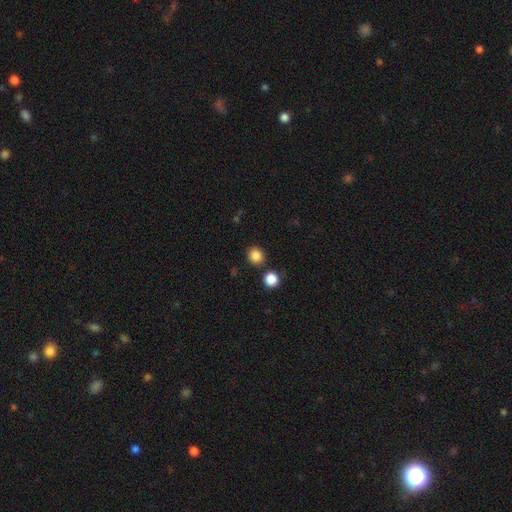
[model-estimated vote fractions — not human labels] smooth_or_featured: smooth (p=0.85) [alt: star or artifact p=0.11]
how_rounded: round (p=0.83) [alt: in between p=0.16]
merging: none (p=0.85) [alt: minor disturbance p=0.07]